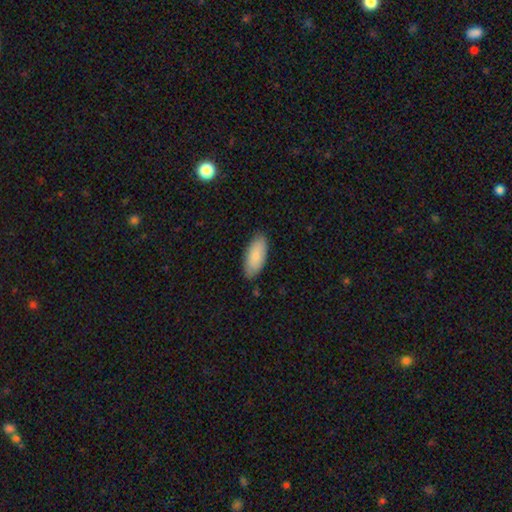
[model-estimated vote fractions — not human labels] The model was most divided on "merging": none: 85%, minor disturbance: 12%, major disturbance: 2%, merger: 1%. More confident: how rounded — in between (87%); smooth or featured — smooth (86%).